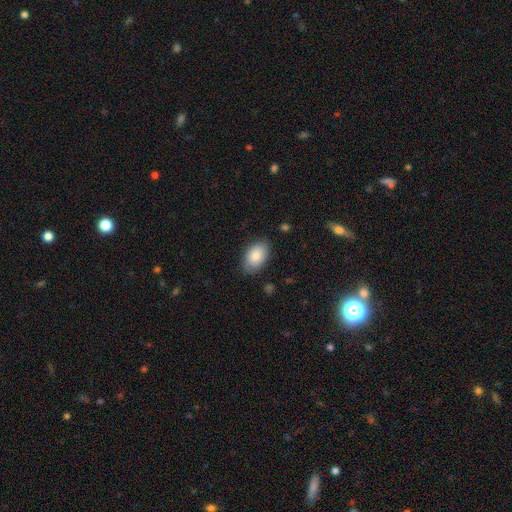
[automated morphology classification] This appears to be a smooth galaxy with no disk features (84%) that is in between round and cigar-shaped (91%). Merging: none (83%).